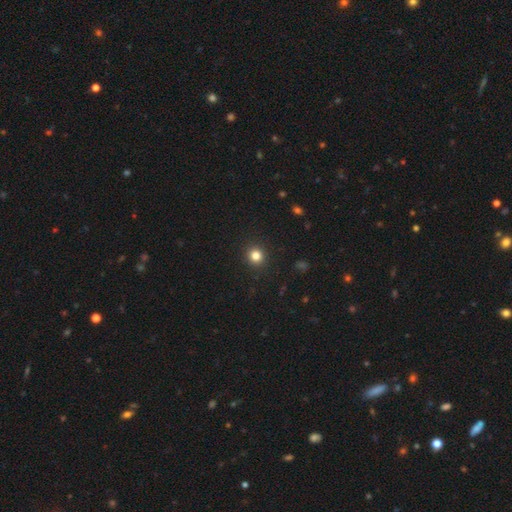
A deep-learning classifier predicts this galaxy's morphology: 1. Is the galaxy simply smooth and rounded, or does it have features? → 82% smooth, 13% star or artifact, 5% featured or disk.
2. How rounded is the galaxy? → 90% round, 9% in between, 1% cigar-shaped.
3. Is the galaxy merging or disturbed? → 92% none, 5% minor disturbance, 2% major disturbance, 1% merger.